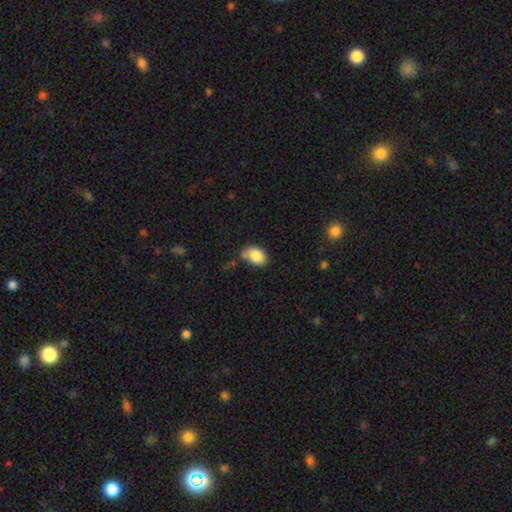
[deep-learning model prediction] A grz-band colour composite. It shows a smooth galaxy with no disk features (86%) that is in between round and cigar-shaped (87%). Merging: none (52%).